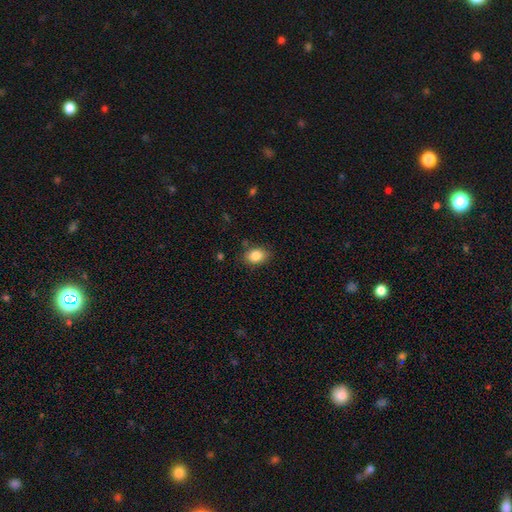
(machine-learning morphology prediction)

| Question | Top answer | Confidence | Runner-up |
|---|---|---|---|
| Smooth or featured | smooth | 84% | star or artifact (9%) |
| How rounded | in between | 74% | round (25%) |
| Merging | none | 82% | minor disturbance (13%) |